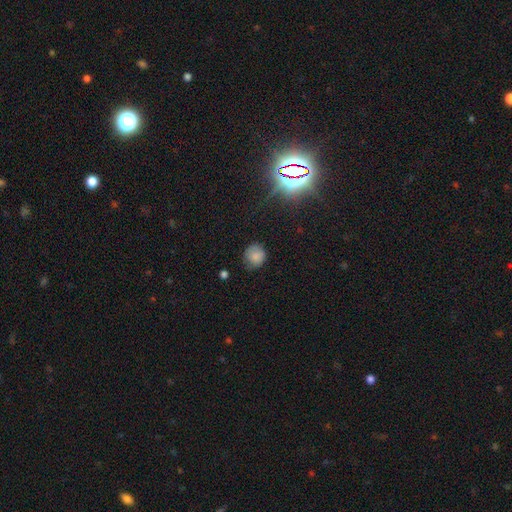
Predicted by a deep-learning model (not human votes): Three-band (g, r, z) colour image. It shows a smooth galaxy with no disk features (79%) that is round (83%). Merging: none (68%).